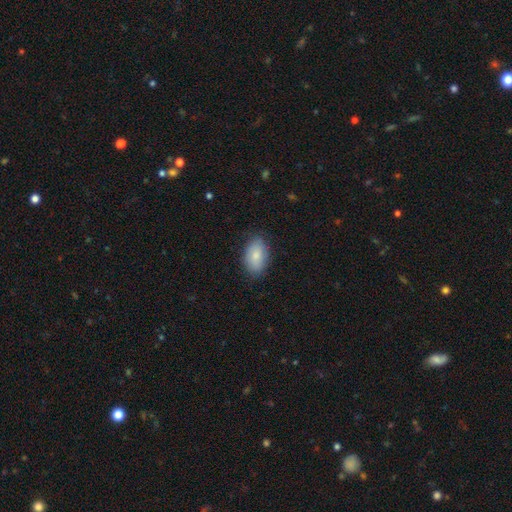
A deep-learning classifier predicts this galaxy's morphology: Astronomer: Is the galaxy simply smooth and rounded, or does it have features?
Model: smooth — 83%.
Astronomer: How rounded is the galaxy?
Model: in between — 93%.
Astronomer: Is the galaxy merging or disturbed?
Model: none — 83%.